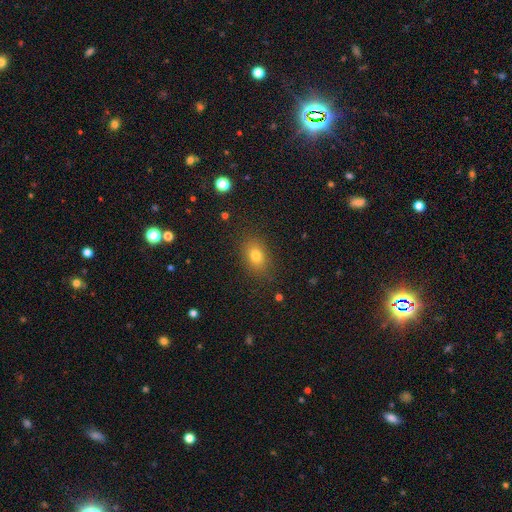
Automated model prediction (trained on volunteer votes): Overall: smooth (78%). How rounded: in between (75%). Merging: none (86%).